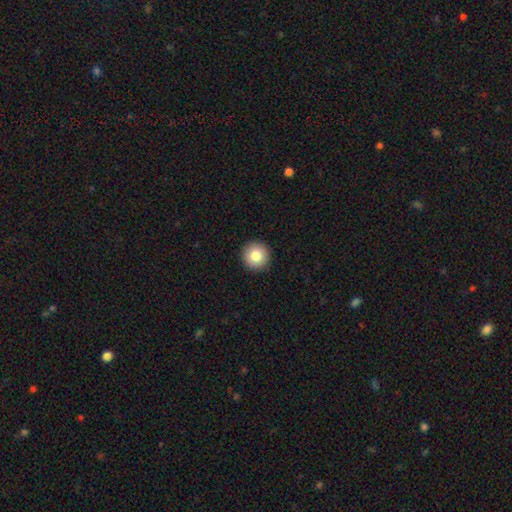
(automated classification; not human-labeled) Overall: smooth (83%). How rounded: round (96%). Merging: none (94%).